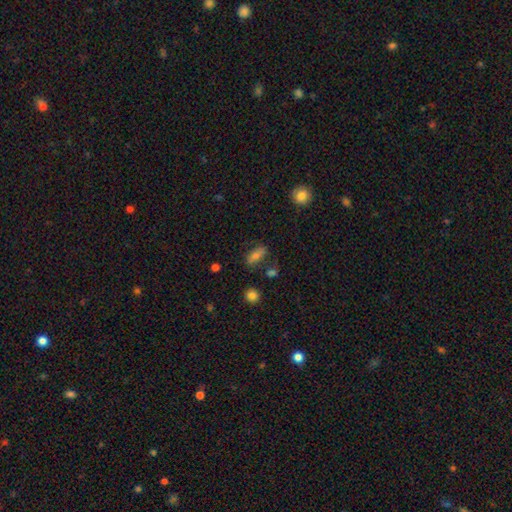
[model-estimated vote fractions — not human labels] smooth-or-featured: smooth: 69% | featured or disk: 18% | star or artifact: 12%
  how-rounded: in between: 76% | cigar-shaped: 16% | round: 8%
  merging: none: 69% | minor disturbance: 18% | major disturbance: 7% | merger: 5%